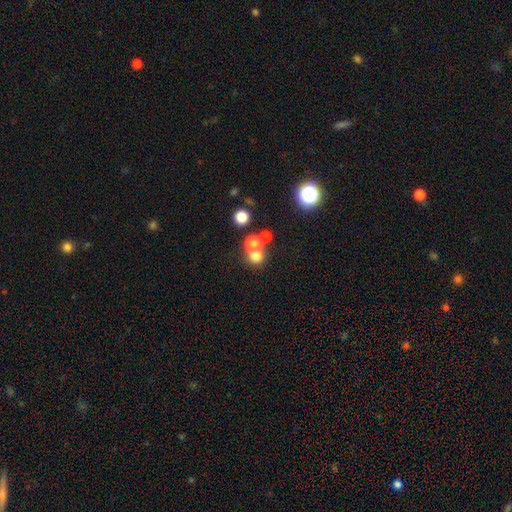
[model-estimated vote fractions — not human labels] The model was most divided on "merging": none: 50%, merger: 39%, minor disturbance: 7%, major disturbance: 4%. More confident: how rounded — round (84%); smooth or featured — smooth (72%).